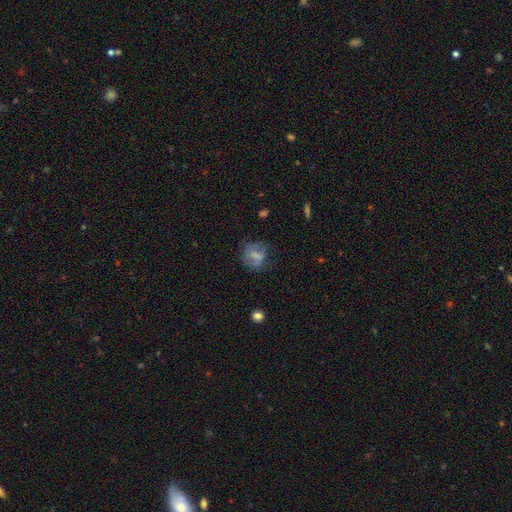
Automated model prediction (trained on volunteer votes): smooth-or-featured: smooth: 60% | featured or disk: 28% | star or artifact: 12%
  how-rounded: round: 64% | in between: 34% | cigar-shaped: 2%
  merging: none: 57% | minor disturbance: 23% | major disturbance: 17% | merger: 3%